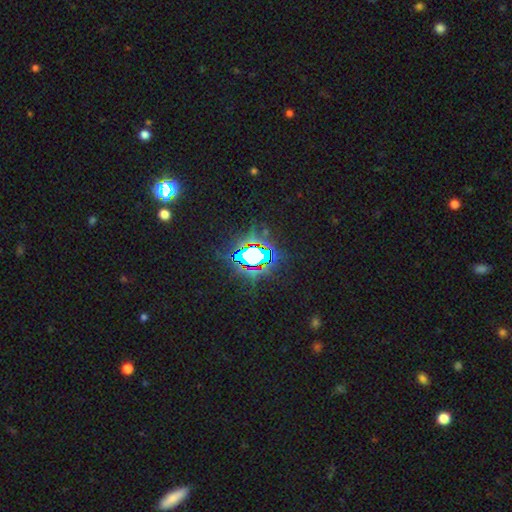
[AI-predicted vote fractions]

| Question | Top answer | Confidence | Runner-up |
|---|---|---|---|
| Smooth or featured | star or artifact | 75% | smooth (14%) |